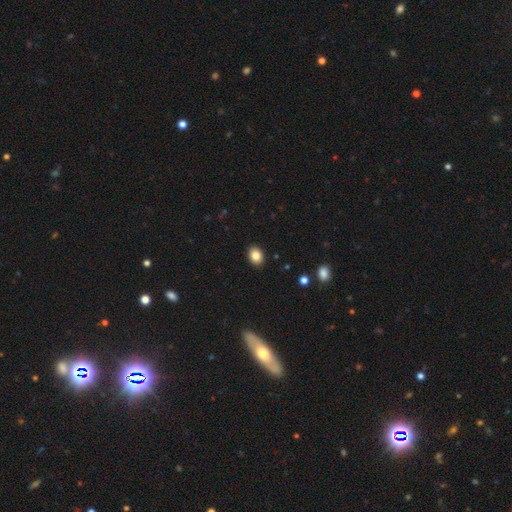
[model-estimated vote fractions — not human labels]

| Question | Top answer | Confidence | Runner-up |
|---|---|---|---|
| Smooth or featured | smooth | 85% | star or artifact (9%) |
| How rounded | in between | 62% | round (37%) |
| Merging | none | 91% | minor disturbance (7%) |